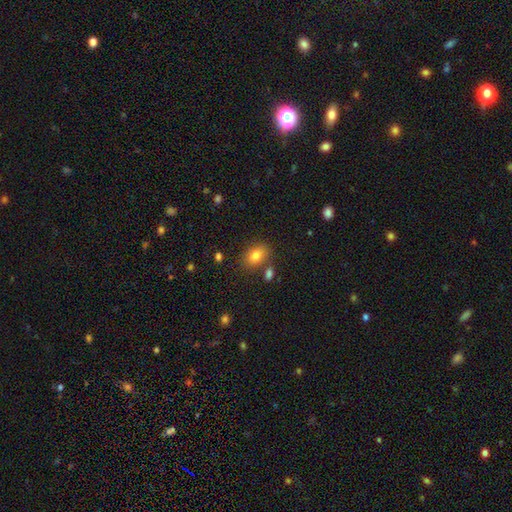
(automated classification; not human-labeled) Smooth or featured: smooth — 82% (featured or disk — 9%)
How rounded: in between — 83% (round — 15%)
Merging: none — 75% (minor disturbance — 13%)